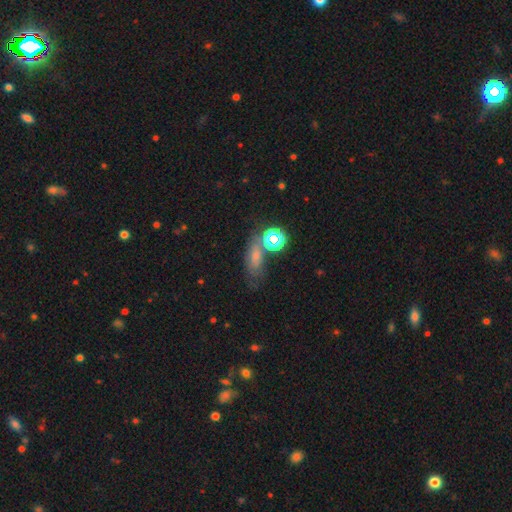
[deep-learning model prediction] Smooth or featured? Predicted: smooth (p=0.47). Merging? Predicted: none (p=0.49).